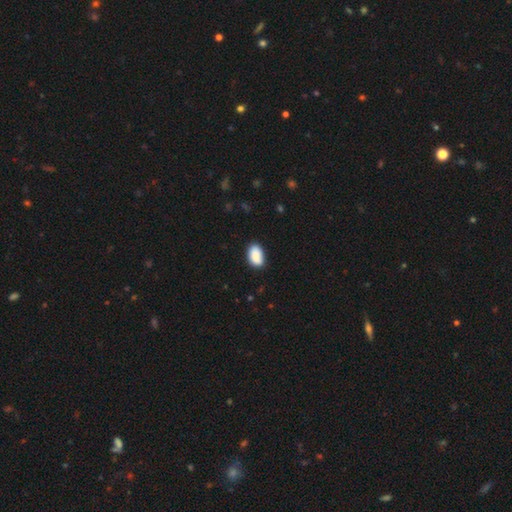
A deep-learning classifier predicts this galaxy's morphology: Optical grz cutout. It shows a smooth galaxy with no disk features (90%) that is in between round and cigar-shaped (92%). Merging: none (83%).